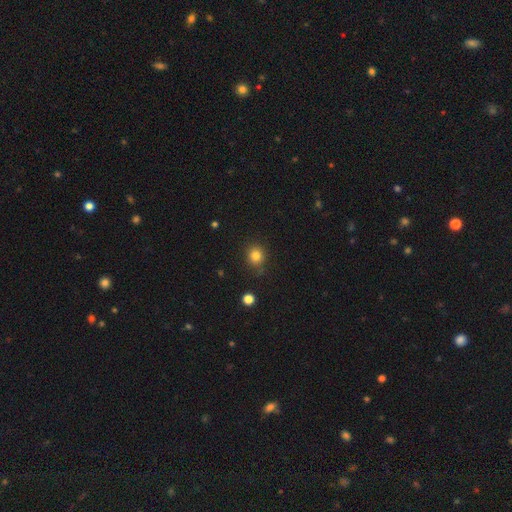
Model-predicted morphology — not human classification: A smooth galaxy with no disk features (81%) that is round (84%). Merging: none (82%).